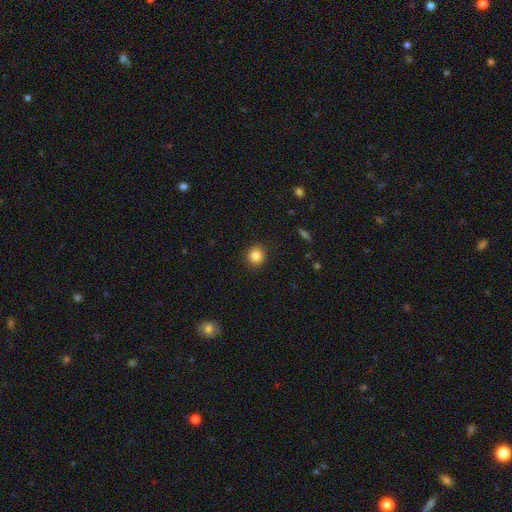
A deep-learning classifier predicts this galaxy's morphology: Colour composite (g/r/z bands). It shows a smooth galaxy with no disk features (86%) that is round (90%). Merging: none (90%).